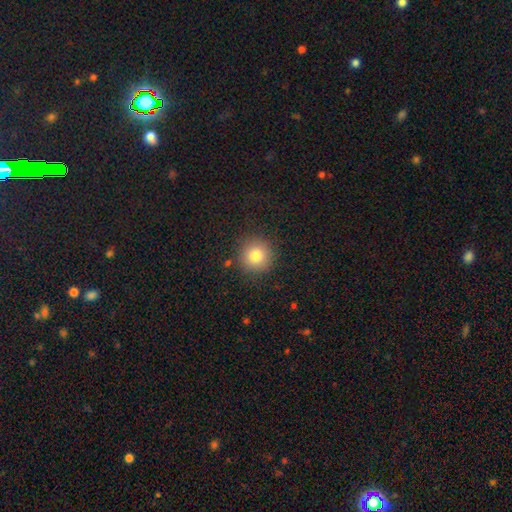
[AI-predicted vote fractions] This is clearly a smooth galaxy (81%). How rounded: clearly round (94%). Merging: clearly none (89%).